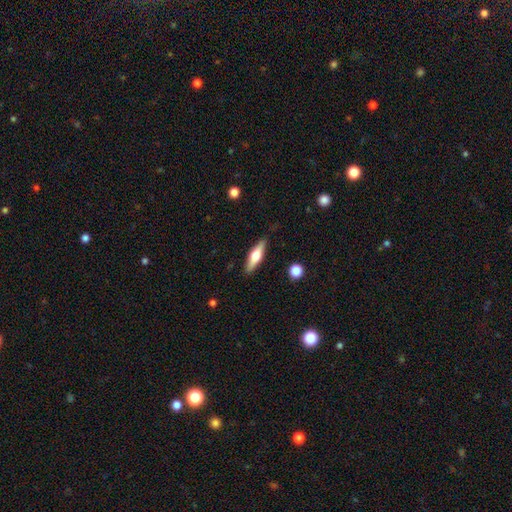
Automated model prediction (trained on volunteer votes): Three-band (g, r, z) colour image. It shows a smooth galaxy with no disk features (49%). Merging: none (87%).